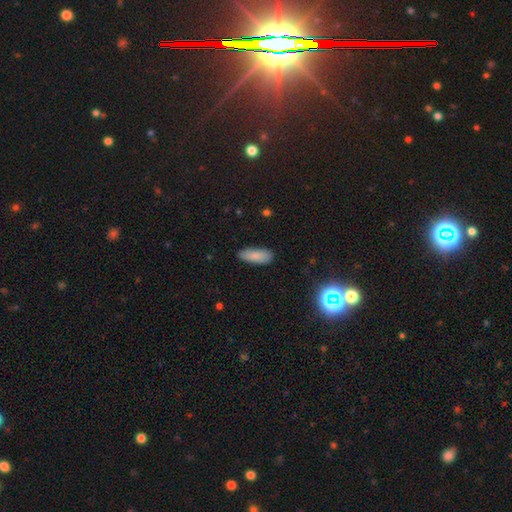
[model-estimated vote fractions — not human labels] smooth-or-featured: smooth: 86% | featured or disk: 7% | star or artifact: 7%
  how-rounded: in between: 77% | cigar-shaped: 21% | round: 2%
  merging: none: 85% | minor disturbance: 12% | major disturbance: 2% | merger: 1%